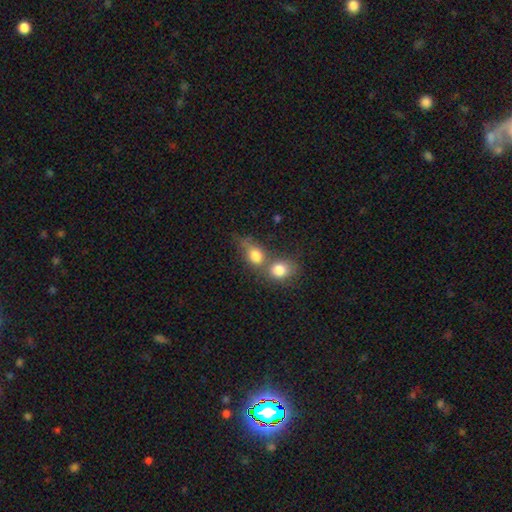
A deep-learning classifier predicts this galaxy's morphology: Q: Smooth or featured?
A: smooth (78%); runner-up: featured or disk (13%)
Q: How rounded?
A: in between (49%); runner-up: round (48%)
Q: Merging?
A: merger (62%); runner-up: none (23%)